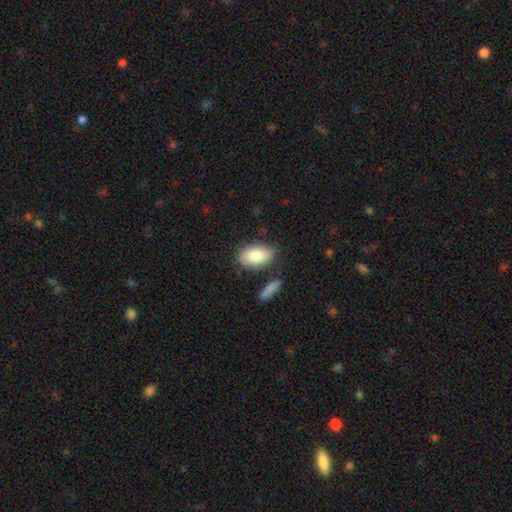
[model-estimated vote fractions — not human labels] Q: Smooth or featured?
A: smooth (84%); runner-up: featured or disk (10%)
Q: How rounded?
A: in between (92%); runner-up: round (6%)
Q: Merging?
A: none (77%); runner-up: minor disturbance (14%)